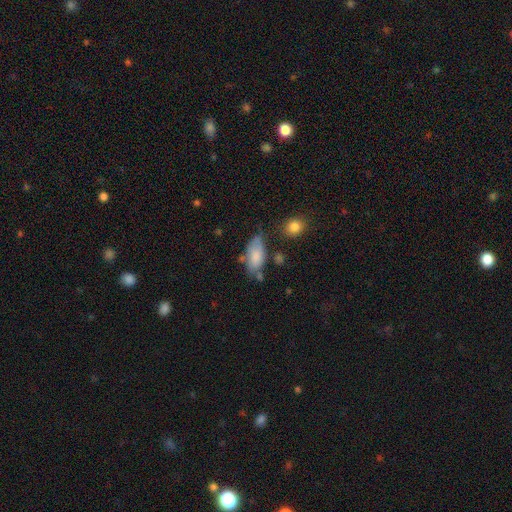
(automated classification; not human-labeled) Morphology: type=smooth (76%); roundness=in between (90%); merging=none (46%).